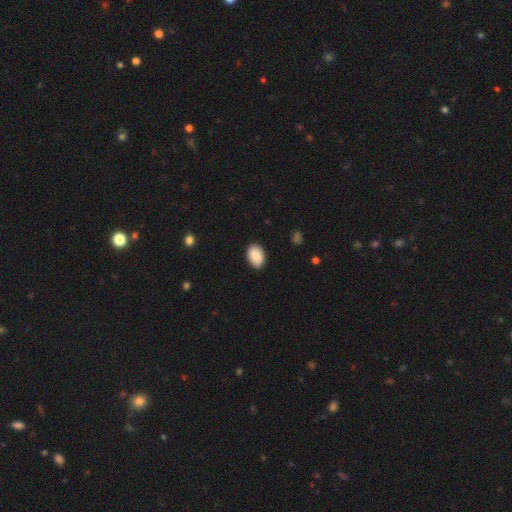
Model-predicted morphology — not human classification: Overall: smooth (87%). How rounded: in between (86%). Merging: none (88%).